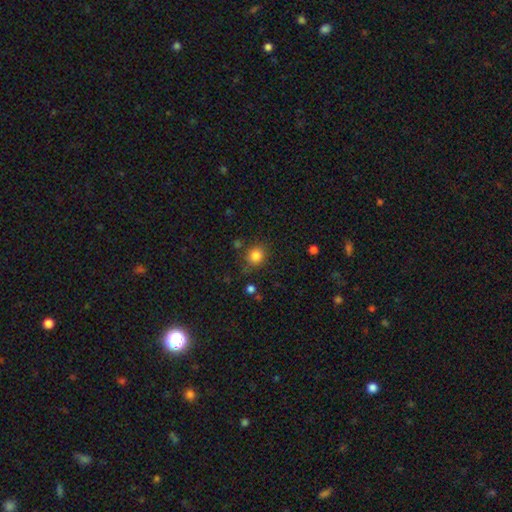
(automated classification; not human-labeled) Smooth or featured? Predicted: smooth (p=0.83). How rounded? Predicted: round (p=0.82). Merging? Predicted: none (p=0.79).